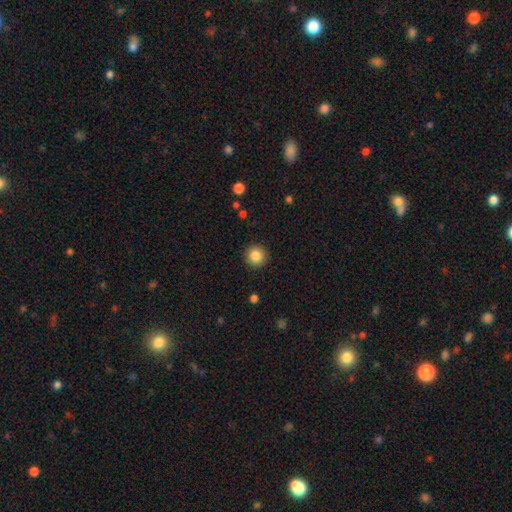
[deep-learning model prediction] A smooth galaxy with no disk features (85%) that is round (95%).

Vote fractions:
- Smooth or featured? smooth: 85% / star or artifact: 10% / featured or disk: 5%
- How rounded? round: 95% / in between: 5% / cigar-shaped: 1%
- Merging? none: 91% / minor disturbance: 6% / major disturbance: 2% / merger: 1%